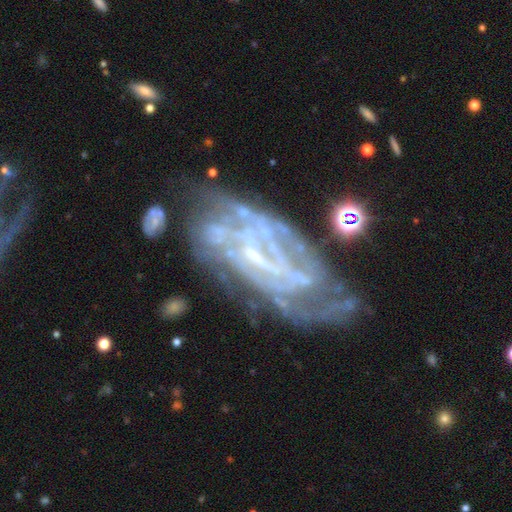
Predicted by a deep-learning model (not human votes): Smooth or featured?
  - featured or disk: 86% *
  - star or artifact: 8%
  - smooth: 7%
Edge-on disk?
  - no: 94% *
  - yes: 6%
Bar?
  - weak: 41% *
  - no: 35%
  - strong: 24%
Spiral arms?
  - yes: 90% *
  - no: 10%
Spiral winding?
  - tight: 60% *
  - medium: 31%
  - loose: 9%
Spiral arm count?
  - can't tell: 39% *
  - 2: 20%
  - 3: 15%
  - 4: 11%
  - more than 4: 7%
  - 1: 6%
Bulge size?
  - small: 69% *
  - none: 16%
  - moderate: 13%
  - large: 2%
  - dominant: 1%
Merging?
  - none: 57% *
  - minor disturbance: 22%
  - major disturbance: 15%
  - merger: 7%